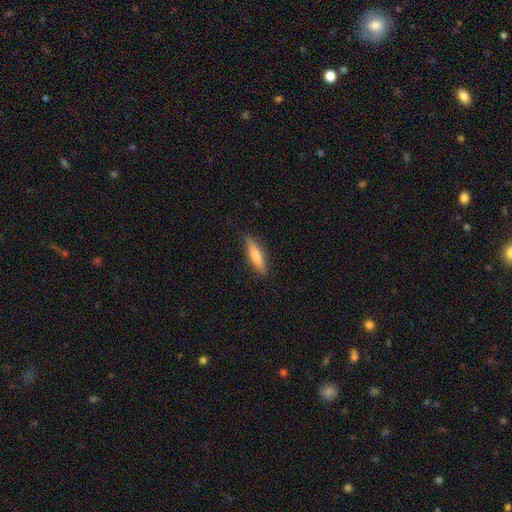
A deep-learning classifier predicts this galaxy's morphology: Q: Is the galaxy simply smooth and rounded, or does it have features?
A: smooth — 77%.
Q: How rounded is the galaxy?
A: cigar-shaped — 71%.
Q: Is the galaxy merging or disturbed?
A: none — 87%.